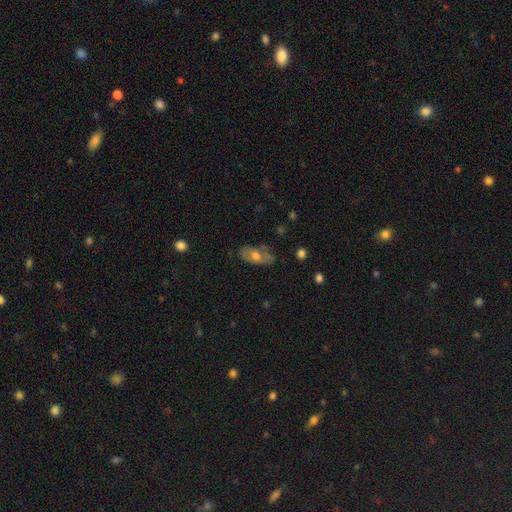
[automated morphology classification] Smooth or featured? smooth (52%)
How rounded? in between (89%)
Merging? none (64%)